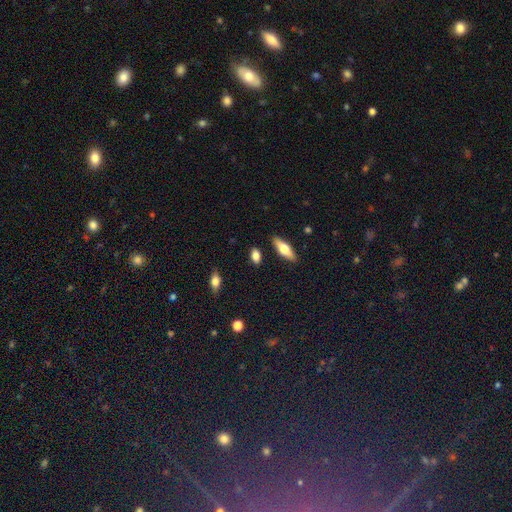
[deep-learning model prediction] Overall: smooth (73%). How rounded: in between (74%). Merging: none (82%).